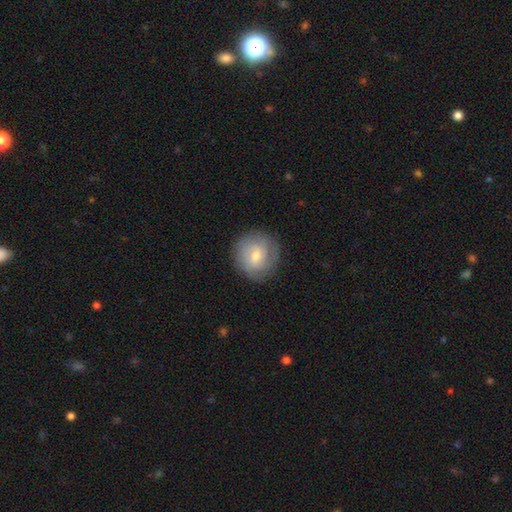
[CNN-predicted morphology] This is possibly a smooth galaxy (46%, tied with featured or disk). Merging: clearly none (84%).